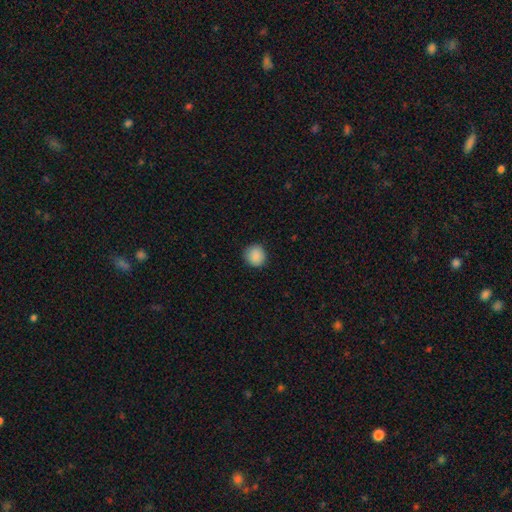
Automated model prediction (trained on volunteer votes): The model was most divided on "merging": none: 89%, minor disturbance: 8%, major disturbance: 2%, merger: 1%. More confident: how rounded — round (92%); smooth or featured — smooth (89%).